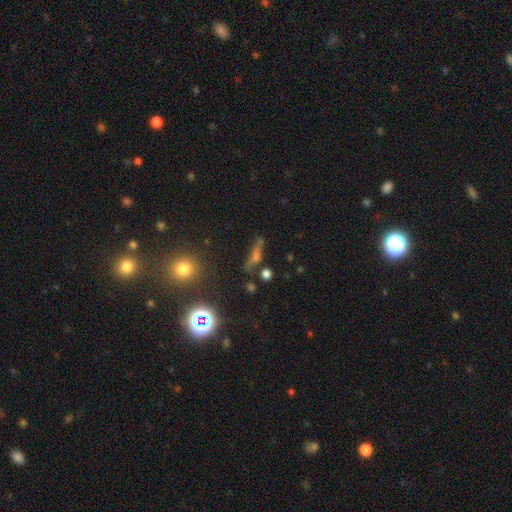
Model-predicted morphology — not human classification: featured or disk 36%, smooth 35%, star or artifact 29%. Down the decision tree: merging — none (69%).